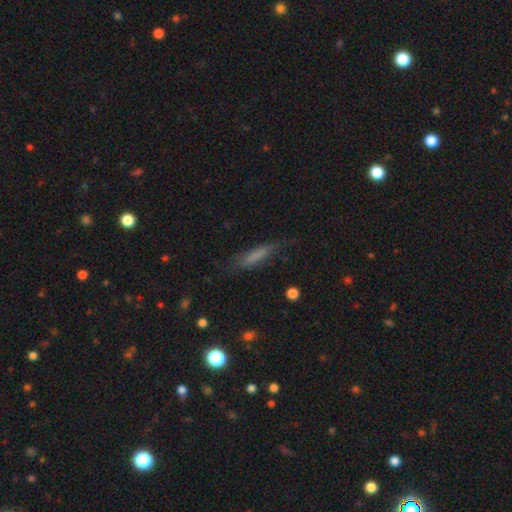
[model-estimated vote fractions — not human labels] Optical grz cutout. It shows a smooth galaxy with no disk features (70%) that is cigar-shaped (79%). Merging: none (72%).